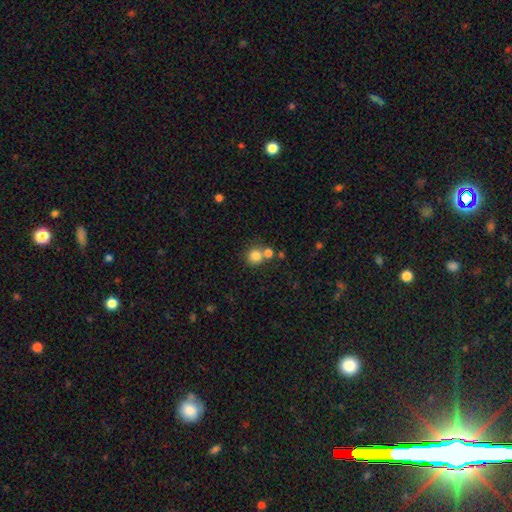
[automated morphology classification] Q: Smooth or featured?
A: smooth (81%); runner-up: star or artifact (12%)
Q: How rounded?
A: round (90%); runner-up: in between (9%)
Q: Merging?
A: none (59%); runner-up: merger (29%)